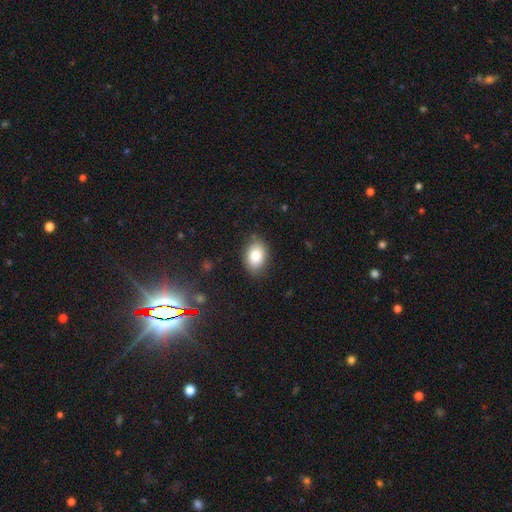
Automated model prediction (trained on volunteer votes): Q: Smooth or featured?
A: smooth (80%); runner-up: featured or disk (11%)
Q: How rounded?
A: in between (80%); runner-up: round (19%)
Q: Merging?
A: none (84%); runner-up: minor disturbance (12%)